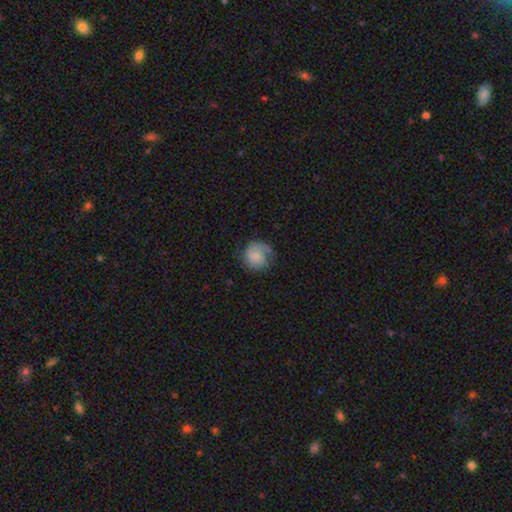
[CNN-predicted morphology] Smooth or featured? Predicted: featured or disk (p=0.47). Merging? Predicted: none (p=0.56).